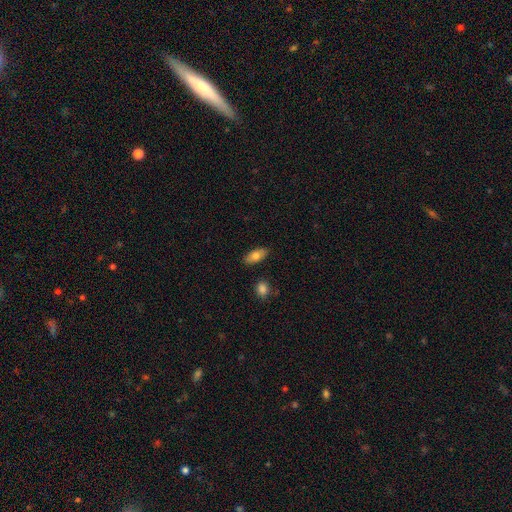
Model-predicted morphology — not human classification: A smooth galaxy with no disk features (79%) that is in between round and cigar-shaped (87%).

Vote fractions:
- Smooth or featured? smooth: 79% / featured or disk: 14% / star or artifact: 7%
- How rounded? in between: 87% / cigar-shaped: 9% / round: 3%
- Merging? none: 86% / minor disturbance: 10% / merger: 2% / major disturbance: 2%